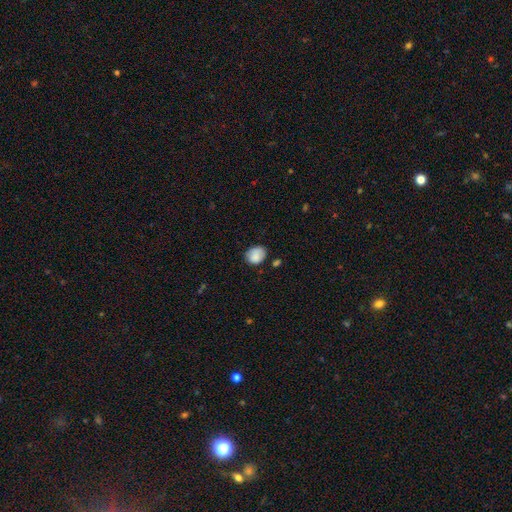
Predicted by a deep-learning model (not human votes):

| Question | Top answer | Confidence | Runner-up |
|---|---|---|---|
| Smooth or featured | smooth | 82% | featured or disk (9%) |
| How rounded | round | 53% | in between (47%) |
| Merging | none | 62% | minor disturbance (27%) |